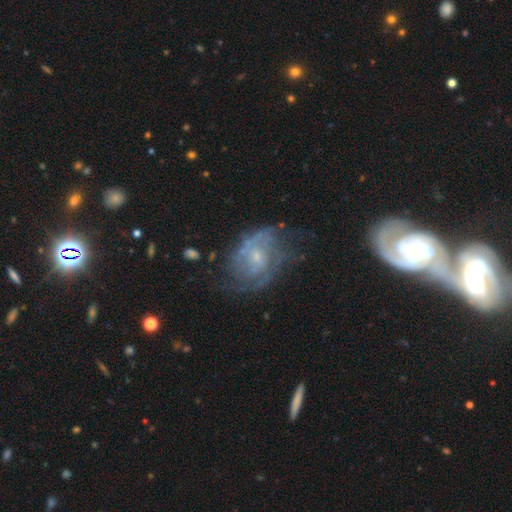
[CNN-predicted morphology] This appears to be a featured or disk galaxy (75%) with no bar (66%), tight (43%) spiral arms (81%) and a small central bulge (65%). Merging: none (52%).